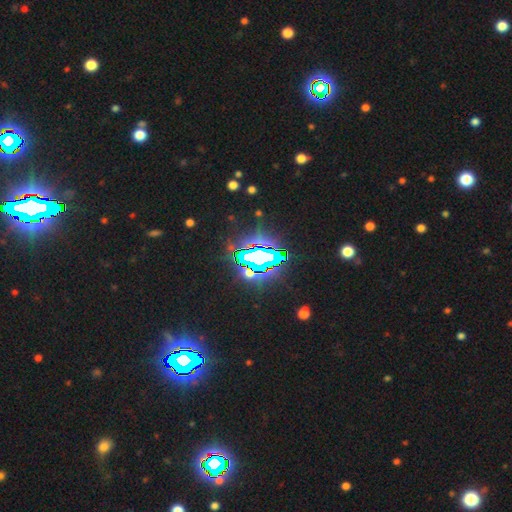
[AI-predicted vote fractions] The model was most divided on "smooth or featured": star or artifact: 77%, featured or disk: 13%, smooth: 11%.